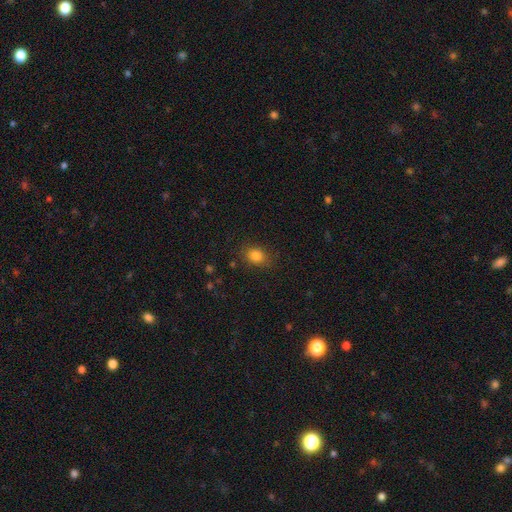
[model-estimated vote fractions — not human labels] smooth-or-featured: smooth: 82% | star or artifact: 12% | featured or disk: 6%
  how-rounded: in between: 55% | round: 44% | cigar-shaped: 1%
  merging: none: 81% | minor disturbance: 13% | major disturbance: 4% | merger: 1%